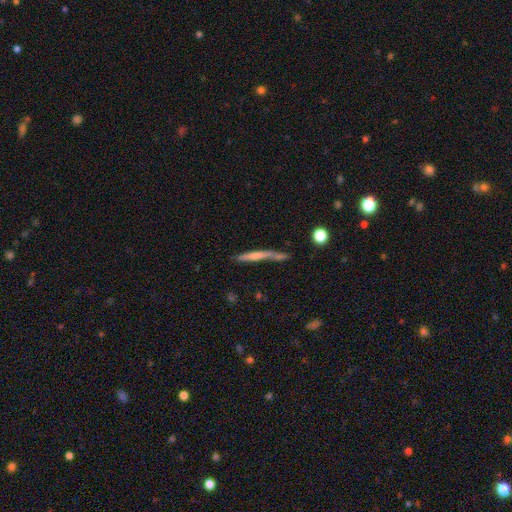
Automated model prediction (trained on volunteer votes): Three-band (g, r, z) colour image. It shows a smooth galaxy with no disk features (54%) that is cigar-shaped (94%). Merging: none (50%).